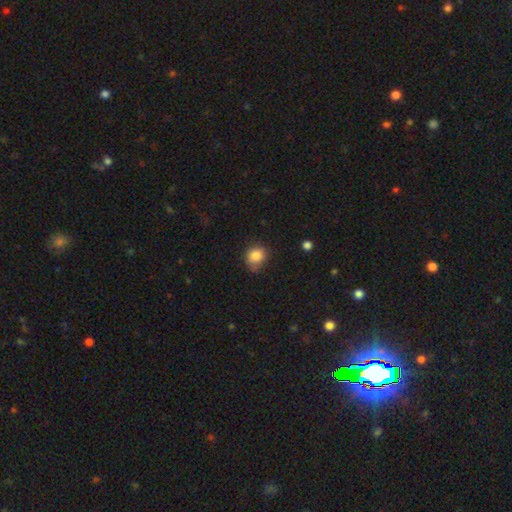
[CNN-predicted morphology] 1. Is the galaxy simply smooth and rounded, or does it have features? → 83% smooth, 10% star or artifact, 7% featured or disk.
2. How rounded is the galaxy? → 71% round, 28% in between, 1% cigar-shaped.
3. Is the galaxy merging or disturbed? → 63% none, 29% minor disturbance, 6% major disturbance, 2% merger.